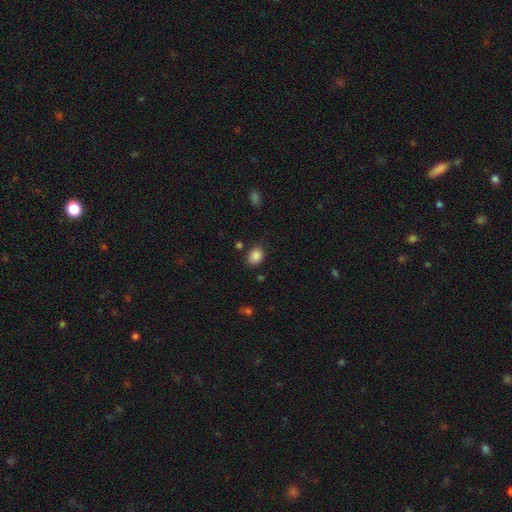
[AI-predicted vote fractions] Overall: smooth (87%). How rounded: in between (60%; round 39%). Merging: none (77%).